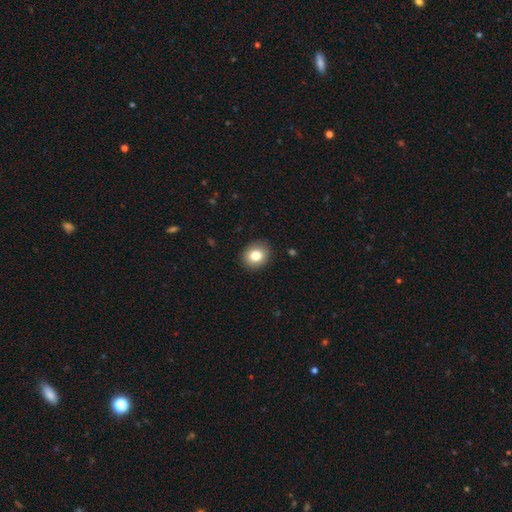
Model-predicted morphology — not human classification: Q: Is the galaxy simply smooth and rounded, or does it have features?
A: smooth — 81%.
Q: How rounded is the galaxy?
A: round — 70%.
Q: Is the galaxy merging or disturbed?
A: none — 90%.